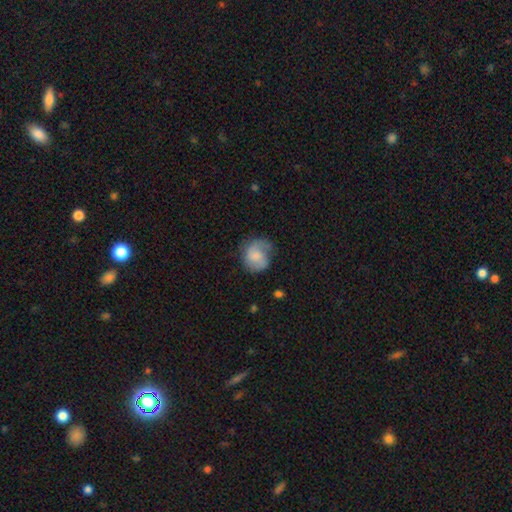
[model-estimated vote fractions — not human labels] Smooth or featured? Predicted: smooth (p=0.50). How rounded? Predicted: round (p=0.74). Merging? Predicted: none (p=0.54).